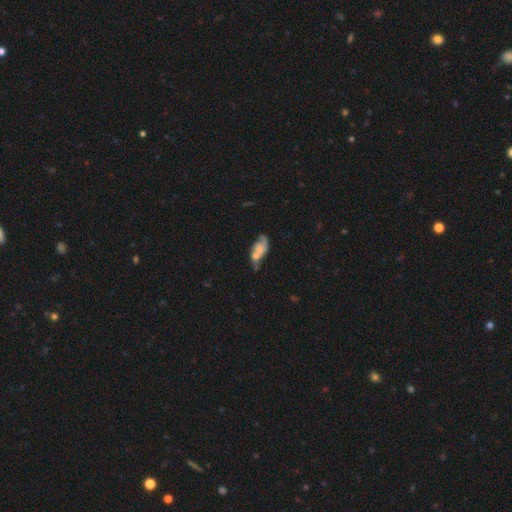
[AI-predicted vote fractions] Morphology: type=featured or disk (43%); merging=none (35%).